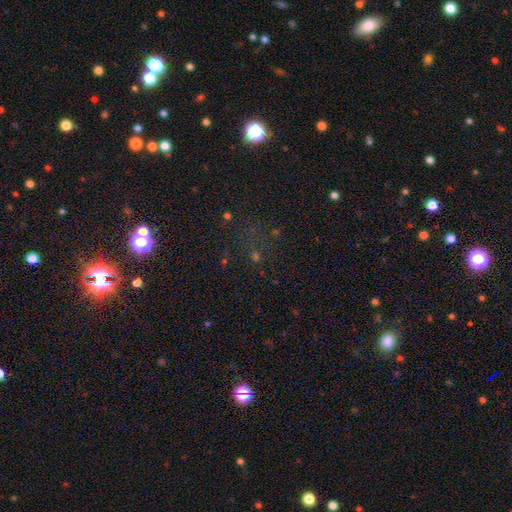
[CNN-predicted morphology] Smooth or featured: star or artifact — 61% (smooth — 27%)